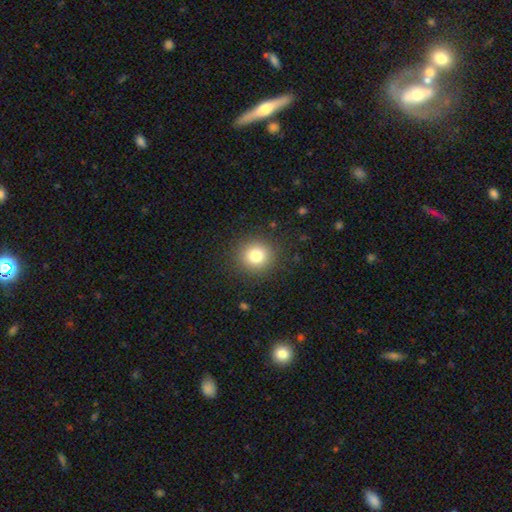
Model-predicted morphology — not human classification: smooth 79%, star or artifact 12%, featured or disk 8%. Down the decision tree: how rounded — round (92%); merging — none (90%).